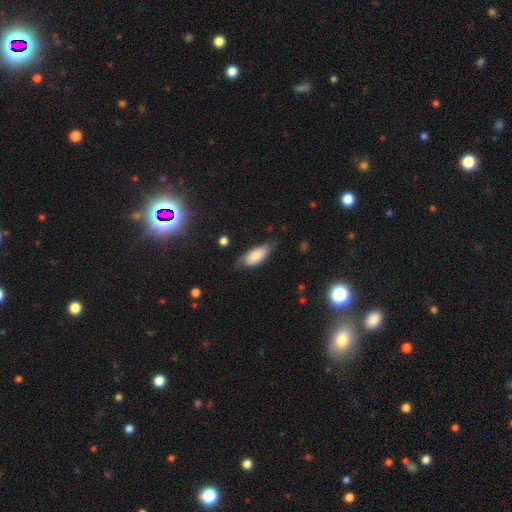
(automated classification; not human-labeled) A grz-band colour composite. It shows a smooth galaxy with no disk features (76%) that is in between round and cigar-shaped (83%). Merging: none (61%).